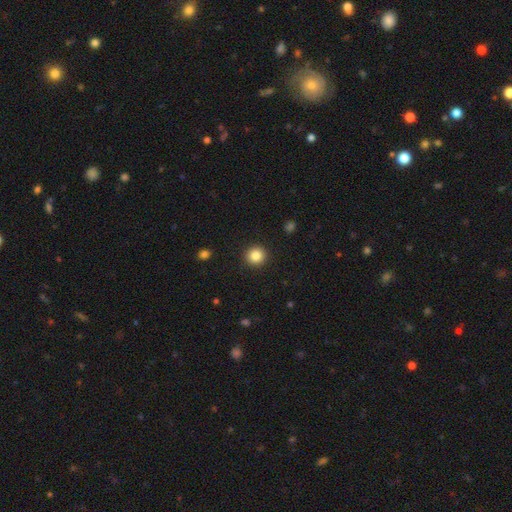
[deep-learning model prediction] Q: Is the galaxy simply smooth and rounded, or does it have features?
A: smooth — 84%.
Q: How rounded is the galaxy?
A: round — 94%.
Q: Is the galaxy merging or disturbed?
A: none — 92%.